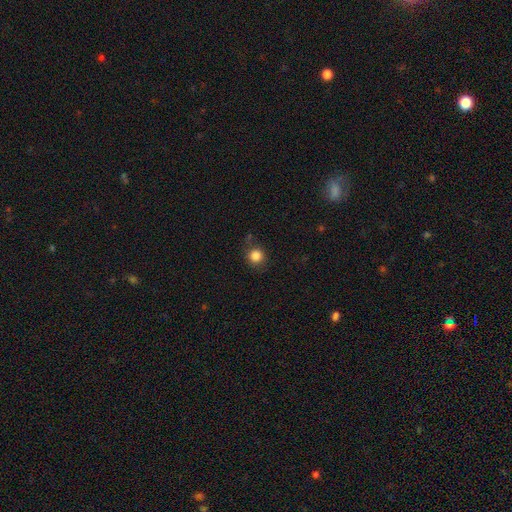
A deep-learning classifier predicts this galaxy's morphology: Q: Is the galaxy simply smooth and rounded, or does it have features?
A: smooth — 84%.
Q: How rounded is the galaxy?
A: round — 92%.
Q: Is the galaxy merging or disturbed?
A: none — 81%.